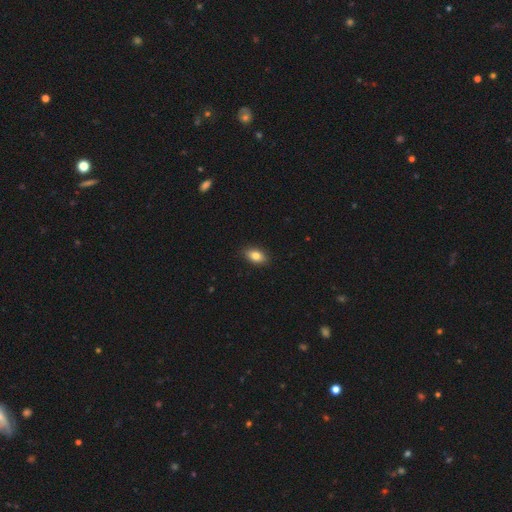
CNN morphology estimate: Smooth or featured? Predicted: smooth (p=0.83). How rounded? Predicted: in between (p=0.88). Merging? Predicted: none (p=0.87).